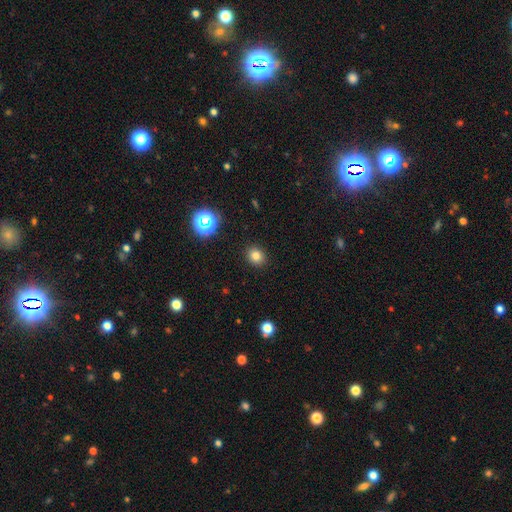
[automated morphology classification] smooth 80%, star or artifact 15%, featured or disk 6%. Down the decision tree: how rounded — round (74%); merging — none (90%).